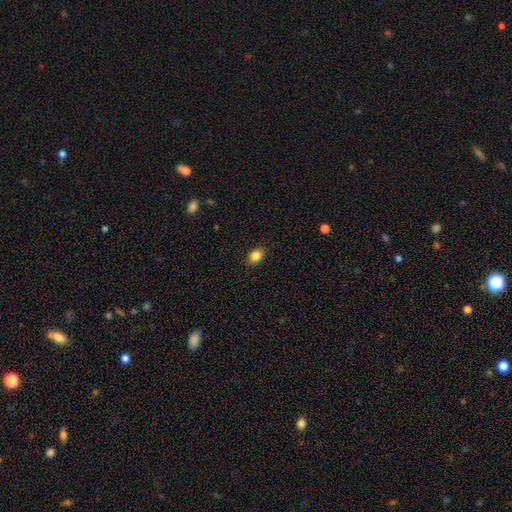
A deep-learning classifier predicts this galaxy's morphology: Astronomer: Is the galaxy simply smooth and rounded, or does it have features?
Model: smooth — 85%.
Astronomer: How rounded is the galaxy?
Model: in between — 76%.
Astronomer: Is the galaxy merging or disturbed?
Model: none — 87%.